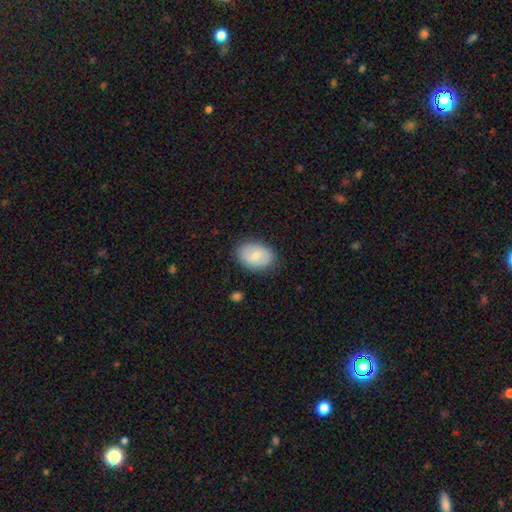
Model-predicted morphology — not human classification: smooth_or_featured: smooth (p=0.70) [alt: featured or disk p=0.24]
how_rounded: in between (p=0.82) [alt: round p=0.17]
merging: none (p=0.83) [alt: minor disturbance p=0.12]